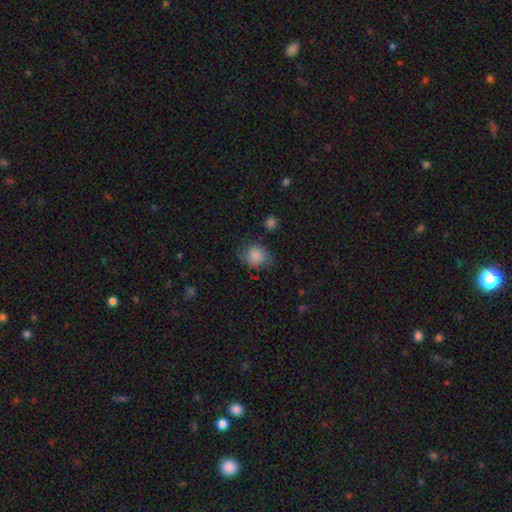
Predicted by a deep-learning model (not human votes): Smooth or featured? Predicted: smooth (p=0.82). How rounded? Predicted: round (p=0.64). Merging? Predicted: none (p=0.60).